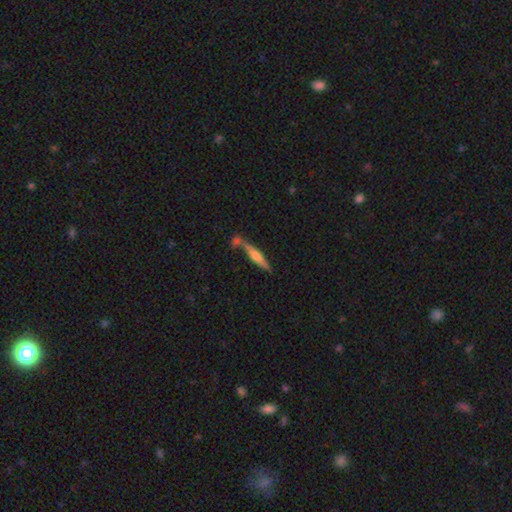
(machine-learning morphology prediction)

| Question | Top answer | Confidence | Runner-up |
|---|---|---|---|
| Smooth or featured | featured or disk | 53% | smooth (40%) |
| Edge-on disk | yes | 94% | no (6%) |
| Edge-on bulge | rounded | 76% | none (12%) |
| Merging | none | 60% | merger (22%) |